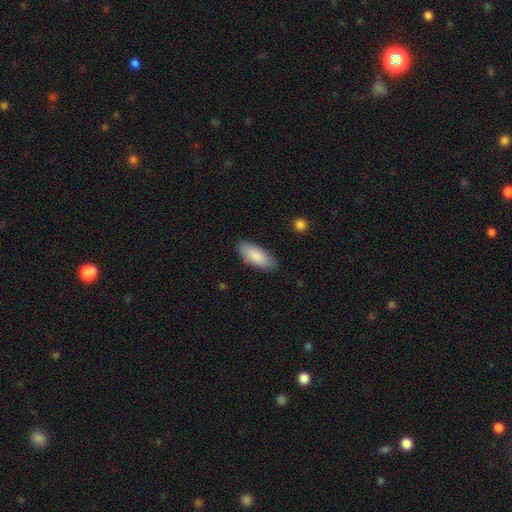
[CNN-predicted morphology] Smooth or featured? smooth (87%)
How rounded? in between (83%)
Merging? none (85%)